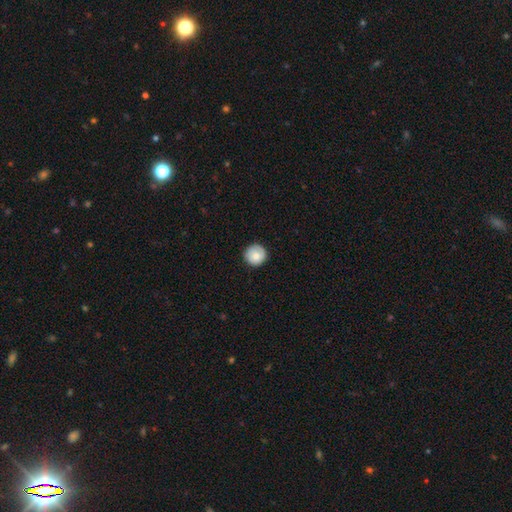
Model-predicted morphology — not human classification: Overall: smooth (79%). How rounded: round (95%). Merging: none (86%).